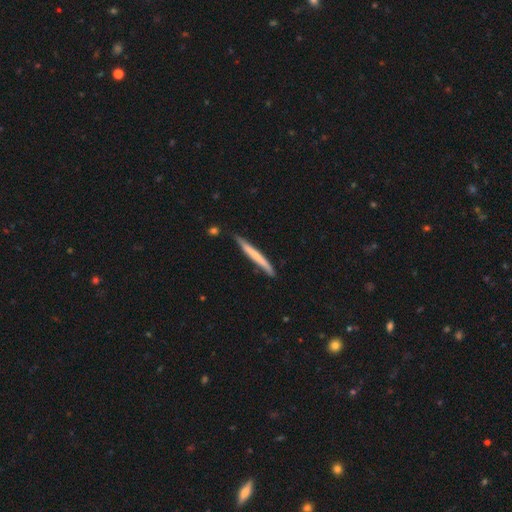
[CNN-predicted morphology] This appears to be a smooth galaxy with no disk features (56%) that is cigar-shaped (97%). Merging: none (81%).